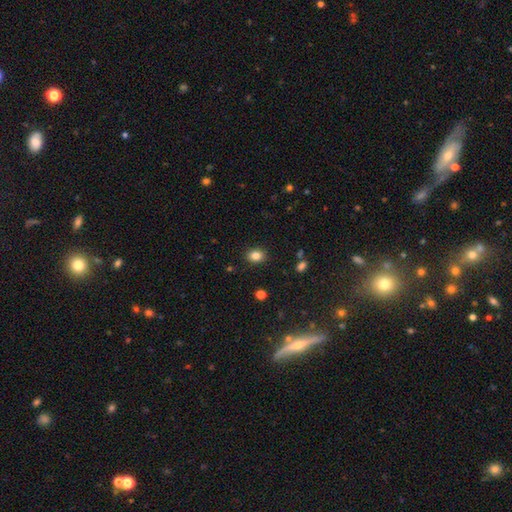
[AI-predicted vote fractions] Smooth or featured? smooth (83%)
How rounded? in between (54%)
Merging? none (88%)